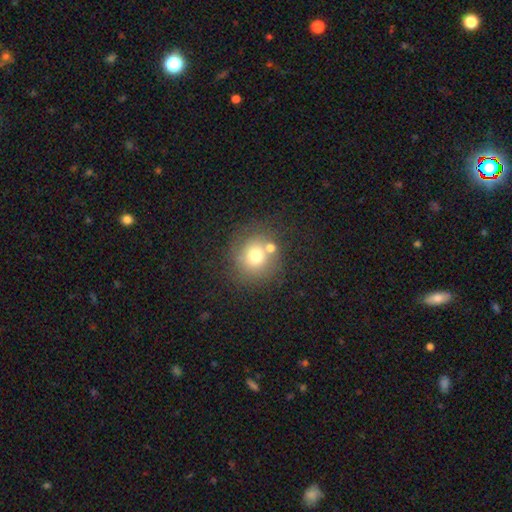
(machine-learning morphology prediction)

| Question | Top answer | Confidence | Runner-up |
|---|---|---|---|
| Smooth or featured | smooth | 71% | featured or disk (15%) |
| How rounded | round | 88% | in between (11%) |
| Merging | none | 65% | merger (19%) |